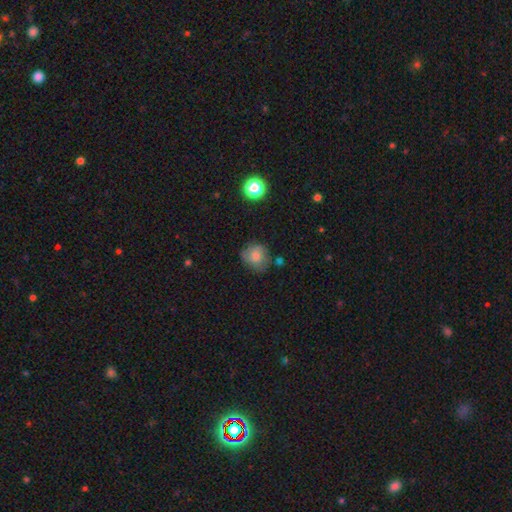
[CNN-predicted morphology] Overall: smooth (73%). How rounded: round (79%). Merging: none (66%).